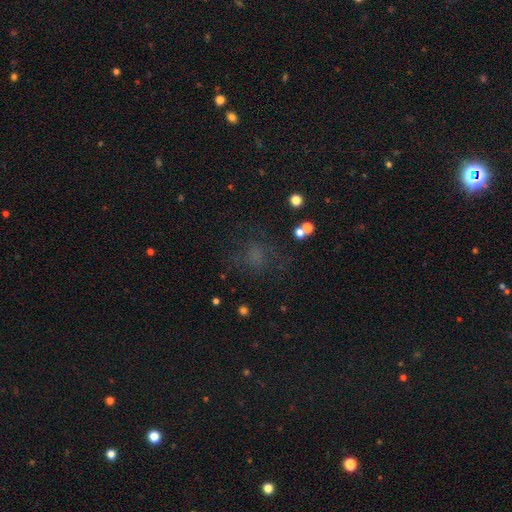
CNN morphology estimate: The model was most divided on "smooth or featured": smooth: 51%, star or artifact: 31%, featured or disk: 19%. More confident: how rounded — round (72%); merging — none (63%).